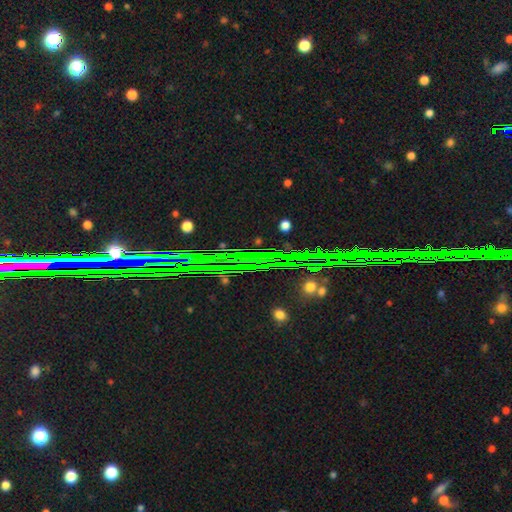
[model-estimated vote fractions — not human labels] Smooth or featured? Predicted: star or artifact (p=0.73).